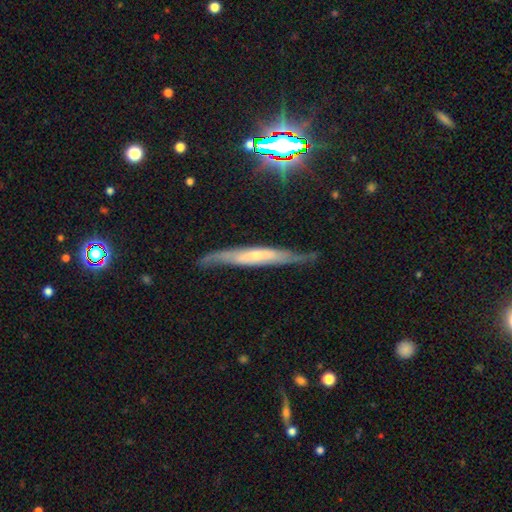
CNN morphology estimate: Overall: featured or disk (65%; smooth 28%). Edge-on disk: yes (75%). Merging: none (70%).